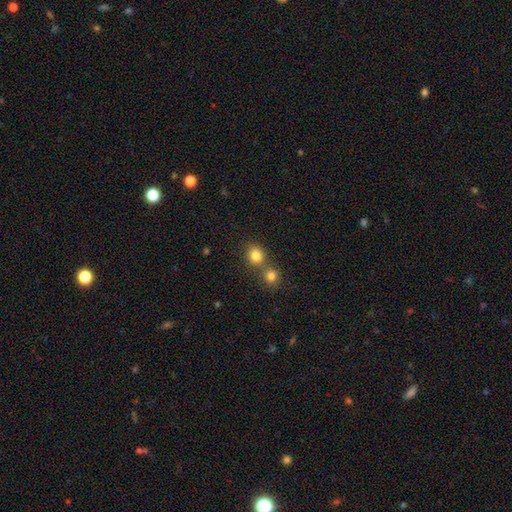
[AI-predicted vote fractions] smooth 82%, star or artifact 12%, featured or disk 6%. Down the decision tree: how rounded — round (82%); merging — none (58%).